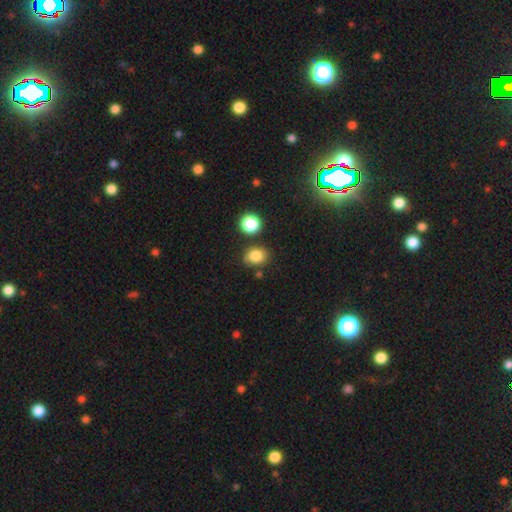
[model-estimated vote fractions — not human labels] This appears to be a smooth galaxy with no disk features (83%) that is round (52%). Merging: none (74%).